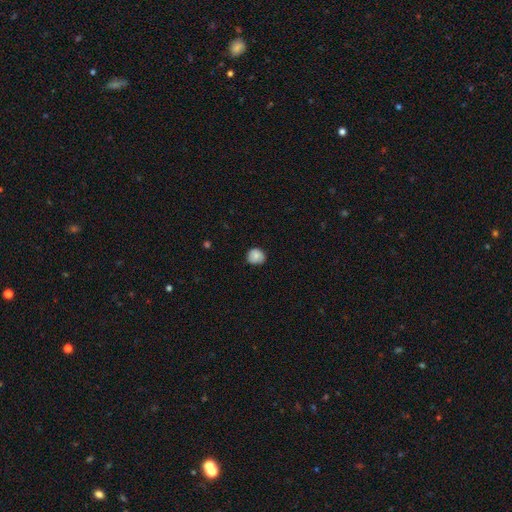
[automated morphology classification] This is clearly a smooth galaxy (81%). How rounded: clearly round (81%). Merging: likely none (75%).